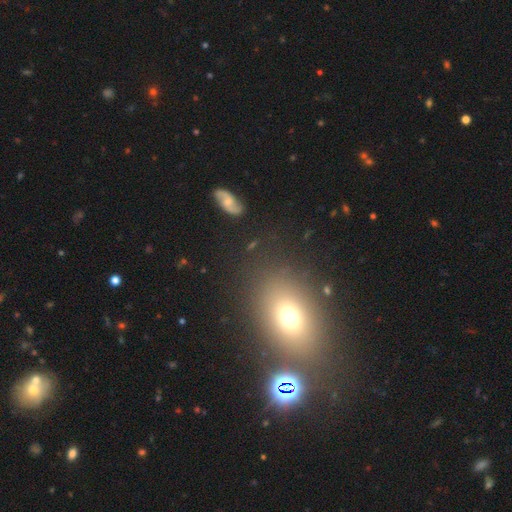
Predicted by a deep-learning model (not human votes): The model was most divided on "smooth or featured": smooth: 57%, star or artifact: 28%, featured or disk: 14%. More confident: merging — none (76%); how rounded — in between (68%).